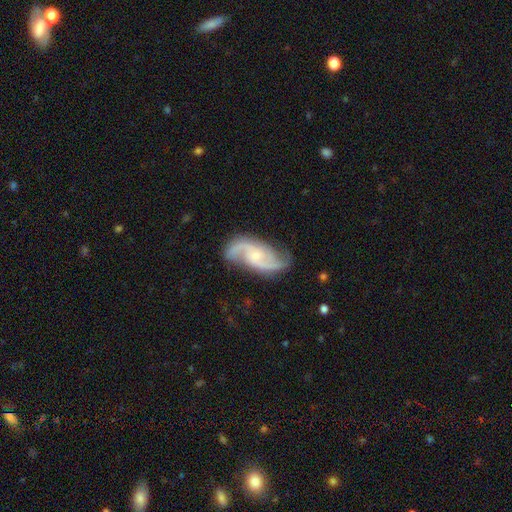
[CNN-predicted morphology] A featured or disk galaxy (89%) with no bar (59%), 2 (87%) medium (47%) spiral arms (98%) and a small central bulge (67%). Merging: none (76%).